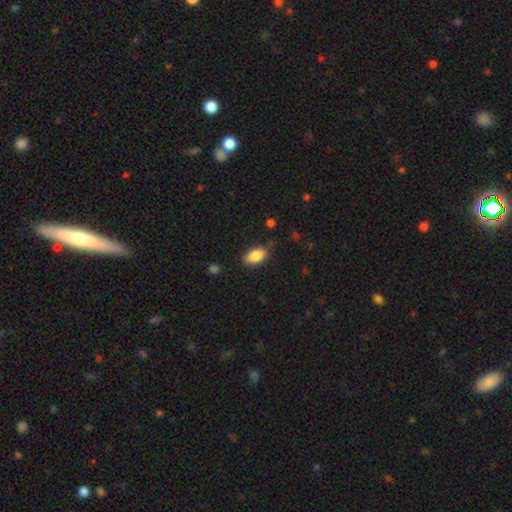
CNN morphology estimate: Smooth or featured? Predicted: smooth (p=0.86). How rounded? Predicted: in between (p=0.92). Merging? Predicted: none (p=0.76).